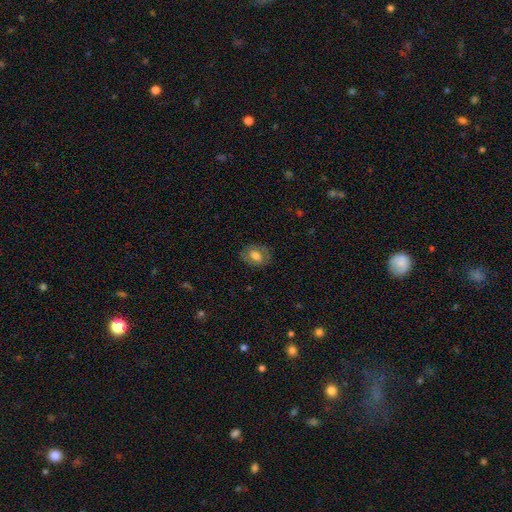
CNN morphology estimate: smooth 62%, featured or disk 30%, star or artifact 8%. Down the decision tree: how rounded — in between (74%); merging — none (79%).